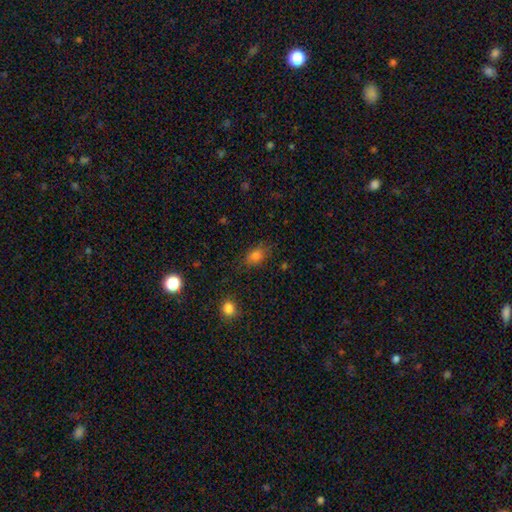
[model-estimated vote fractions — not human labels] Morphology: type=smooth (78%); roundness=in between (73%); merging=none (76%).